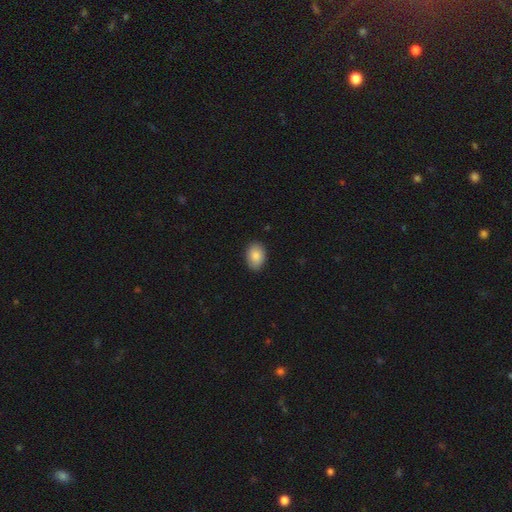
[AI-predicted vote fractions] smooth-or-featured: smooth: 87% | star or artifact: 7% | featured or disk: 6%
  how-rounded: in between: 80% | round: 19% | cigar-shaped: 1%
  merging: none: 87% | minor disturbance: 10% | major disturbance: 2% | merger: 1%